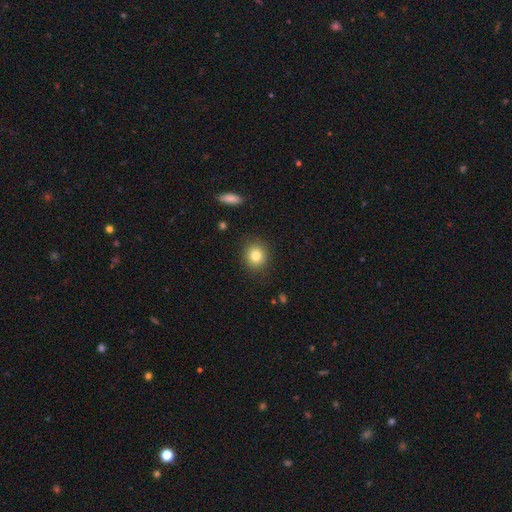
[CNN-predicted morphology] smooth_or_featured: smooth (p=0.81) [alt: star or artifact p=0.11]
how_rounded: round (p=0.85) [alt: in between p=0.14]
merging: none (p=0.88) [alt: minor disturbance p=0.08]